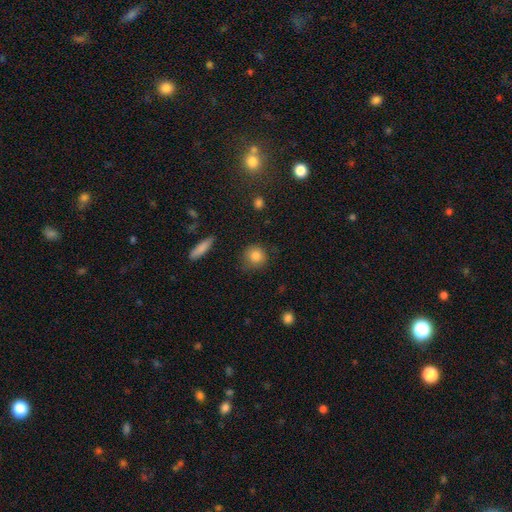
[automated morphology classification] Smooth or featured? Predicted: smooth (p=0.84). How rounded? Predicted: round (p=0.88). Merging? Predicted: none (p=0.79).